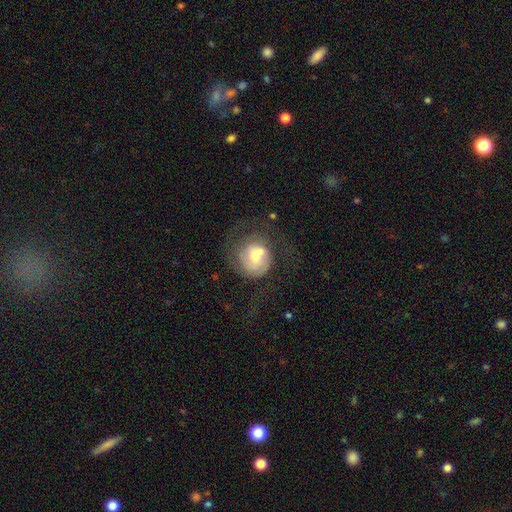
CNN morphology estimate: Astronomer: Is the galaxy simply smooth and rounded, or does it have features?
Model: featured or disk — 54% (runner-up: smooth, 38%).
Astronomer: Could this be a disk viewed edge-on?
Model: no — 97%.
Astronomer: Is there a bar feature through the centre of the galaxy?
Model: no — 66%.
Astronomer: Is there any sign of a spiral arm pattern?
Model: yes — 70%.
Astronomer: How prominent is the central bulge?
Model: moderate — 51% (runner-up: small, 35%).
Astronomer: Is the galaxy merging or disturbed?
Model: none — 45% (runner-up: major disturbance, 26%).